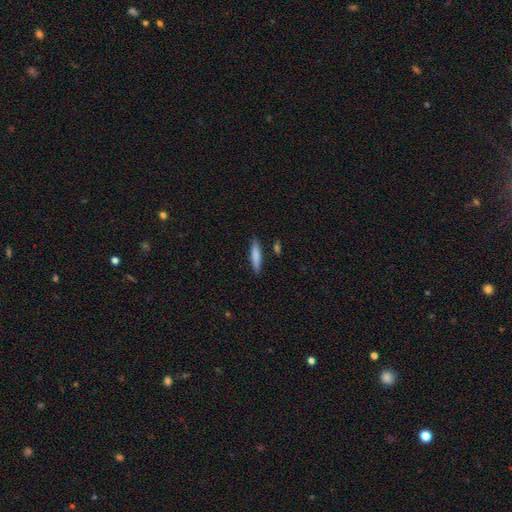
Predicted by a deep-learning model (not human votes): smooth-or-featured: smooth: 80% | featured or disk: 15% | star or artifact: 6%
  how-rounded: cigar-shaped: 86% | in between: 12% | round: 1%
  merging: none: 87% | minor disturbance: 9% | merger: 2% | major disturbance: 2%